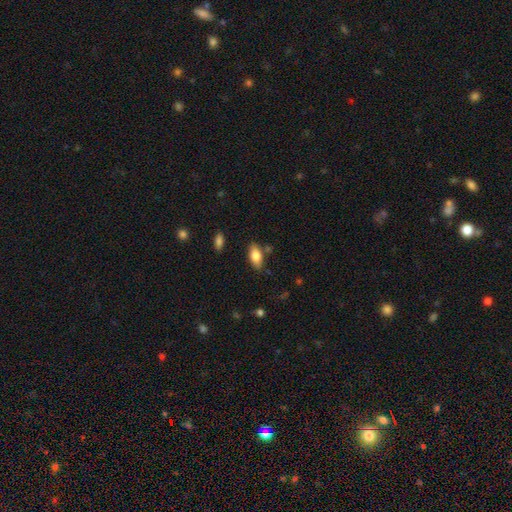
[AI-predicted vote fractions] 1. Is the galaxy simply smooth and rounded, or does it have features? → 81% smooth, 12% featured or disk, 7% star or artifact.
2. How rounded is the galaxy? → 89% in between, 8% cigar-shaped, 3% round.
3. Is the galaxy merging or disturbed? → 78% none, 15% minor disturbance, 4% merger, 3% major disturbance.